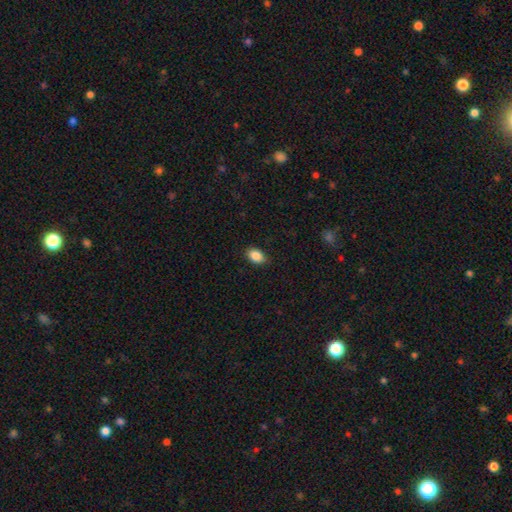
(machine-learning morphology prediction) type=smooth (88%); roundness=in between (81%); merging=none (87%).